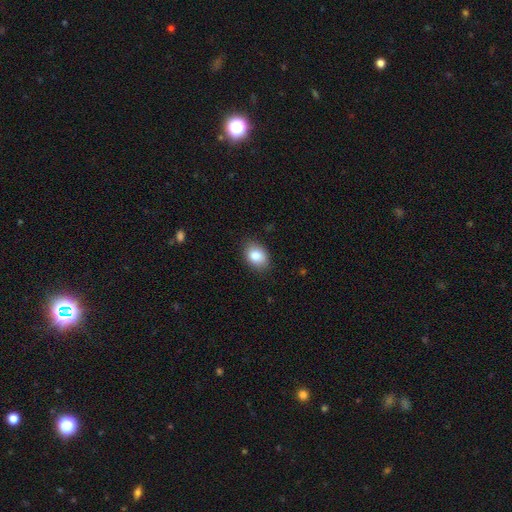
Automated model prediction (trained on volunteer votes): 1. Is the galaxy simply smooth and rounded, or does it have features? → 85% smooth, 8% star or artifact, 7% featured or disk.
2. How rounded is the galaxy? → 75% in between, 24% round, 1% cigar-shaped.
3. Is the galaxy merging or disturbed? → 83% none, 13% minor disturbance, 3% major disturbance, 1% merger.